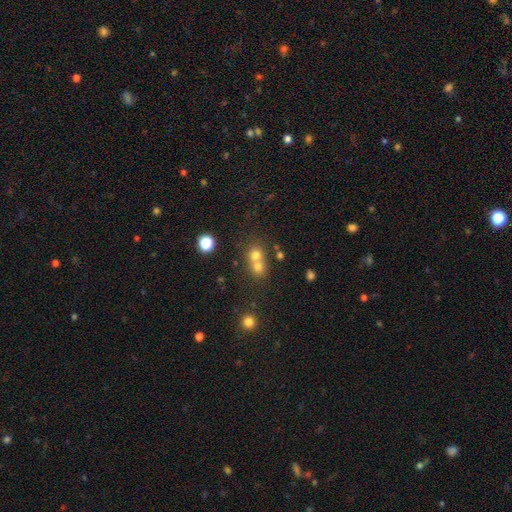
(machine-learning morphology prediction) type=smooth (72%); roundness=round (82%); merging=merger (58%).